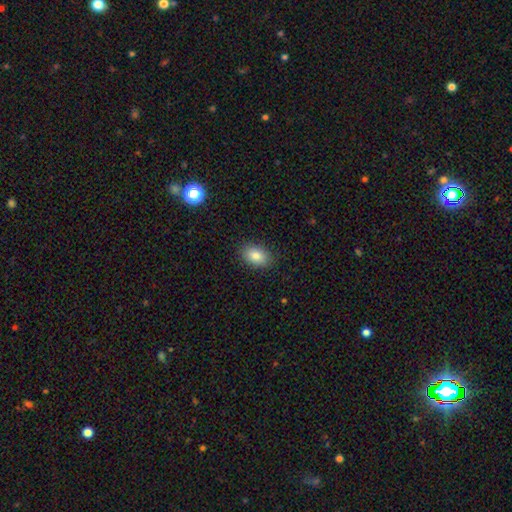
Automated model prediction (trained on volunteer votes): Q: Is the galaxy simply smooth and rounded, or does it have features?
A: smooth — 84%.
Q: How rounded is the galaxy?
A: in between — 85%.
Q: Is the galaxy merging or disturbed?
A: none — 88%.